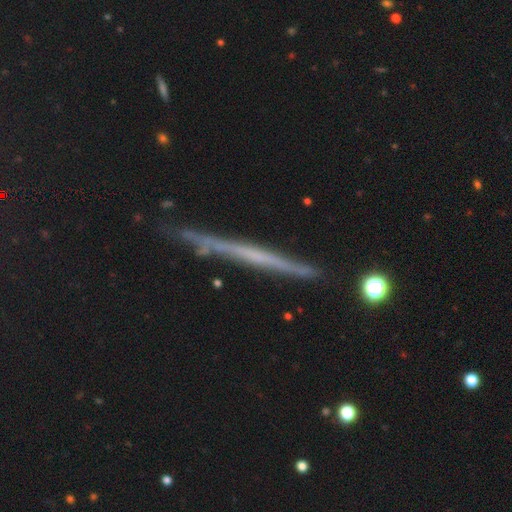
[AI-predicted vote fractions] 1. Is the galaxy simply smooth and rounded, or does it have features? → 62% featured or disk, 30% smooth, 8% star or artifact.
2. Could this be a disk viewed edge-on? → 96% yes, 4% no.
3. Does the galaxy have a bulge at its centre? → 88% none, 7% rounded, 5% boxy.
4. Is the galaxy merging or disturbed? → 82% none, 13% minor disturbance, 2% major disturbance, 2% merger.